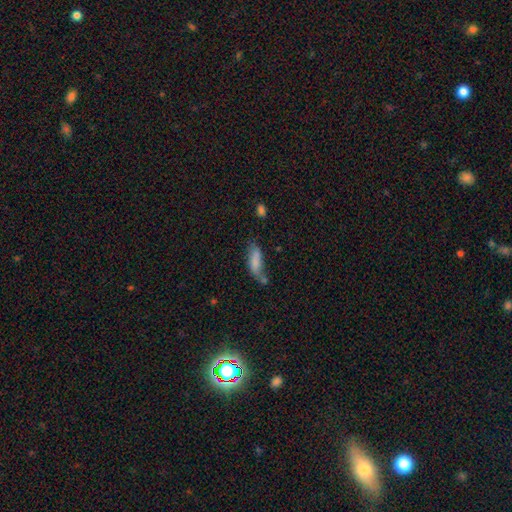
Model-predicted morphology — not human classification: The model was most divided on "how rounded": in between: 51%, cigar-shaped: 46%, round: 3%. Remaining: smooth or featured — smooth (68%); merging — none (44%).